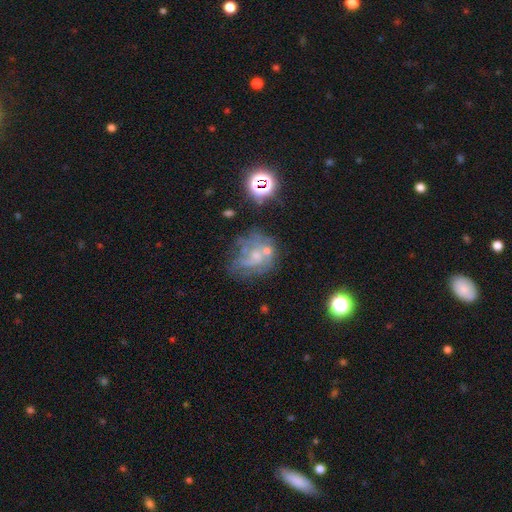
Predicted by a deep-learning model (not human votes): featured or disk 62%, smooth 22%, star or artifact 15%. Down the decision tree: edge-on disk — no (98%); bar — no (79%); spiral arms — yes (53%); bulge size — small (39%); merging — none (39%).